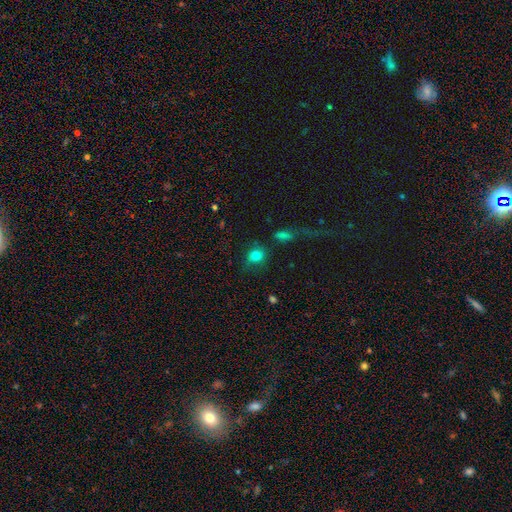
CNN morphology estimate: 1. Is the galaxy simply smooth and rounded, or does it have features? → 79% smooth, 12% star or artifact, 10% featured or disk.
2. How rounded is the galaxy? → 72% round, 26% in between, 2% cigar-shaped.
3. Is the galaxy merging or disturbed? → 59% none, 20% minor disturbance, 13% major disturbance, 8% merger.